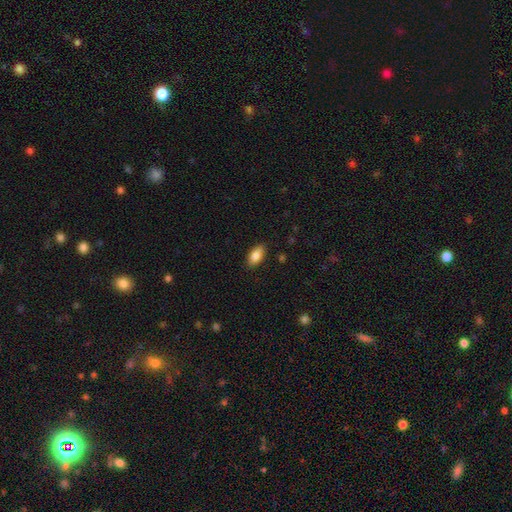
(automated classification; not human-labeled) The model was most divided on "merging": none: 86%, minor disturbance: 10%, major disturbance: 2%, merger: 1%. More confident: how rounded — in between (91%); smooth or featured — smooth (84%).